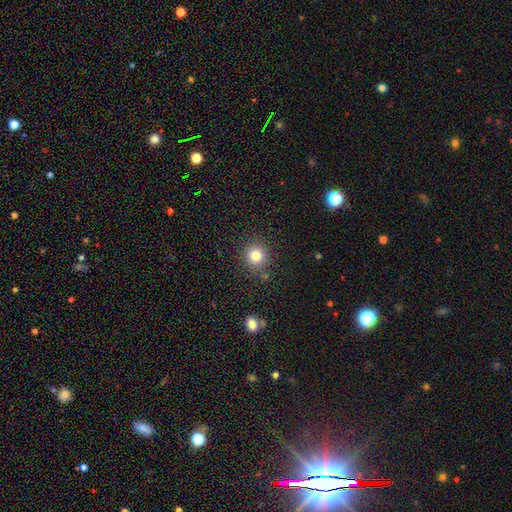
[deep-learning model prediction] A smooth galaxy with no disk features (80%) that is round (93%). Merging: none (86%).